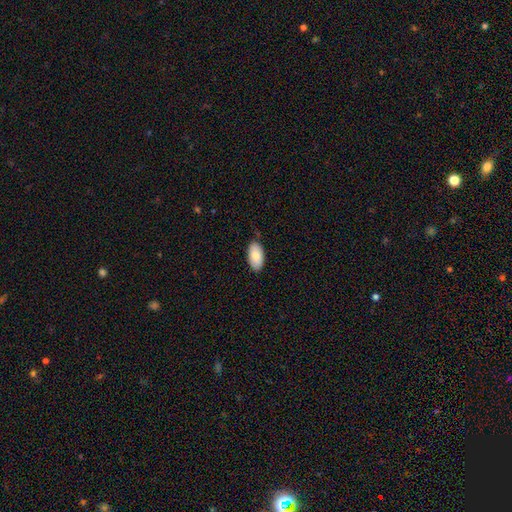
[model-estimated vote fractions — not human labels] Smooth or featured? Predicted: smooth (p=0.83). How rounded? Predicted: in between (p=0.95). Merging? Predicted: none (p=0.81).